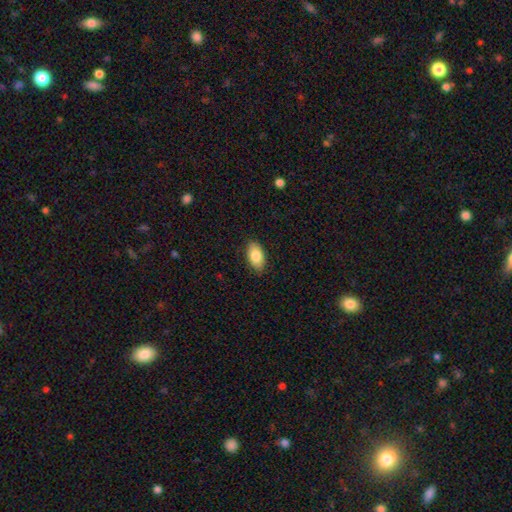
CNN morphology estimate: Smooth or featured: smooth — 85% (featured or disk — 9%)
How rounded: in between — 93% (round — 4%)
Merging: none — 86% (minor disturbance — 11%)